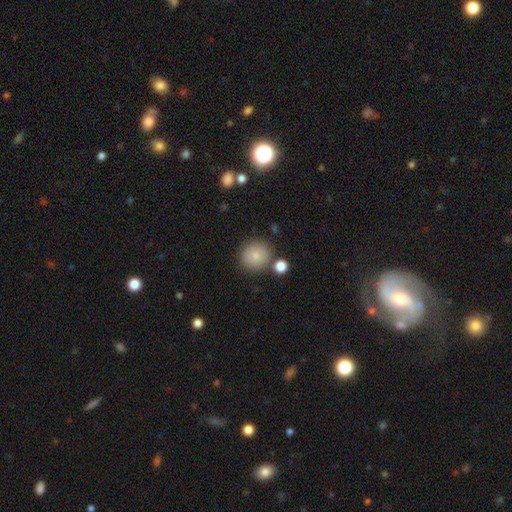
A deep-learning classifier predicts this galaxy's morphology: This appears to be a smooth galaxy with no disk features (83%) that is round (92%). Merging: none (80%).